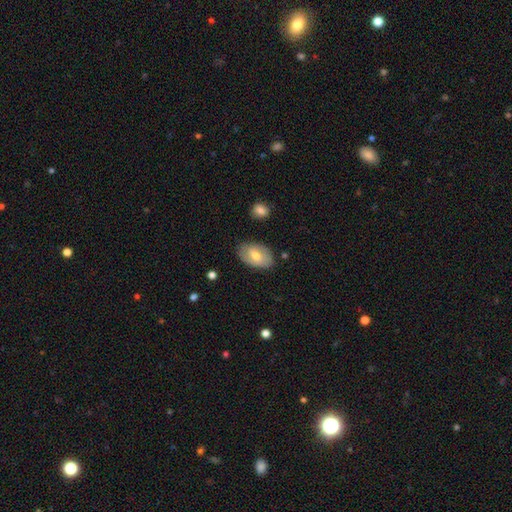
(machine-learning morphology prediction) smooth 57%, featured or disk 37%, star or artifact 6%. Down the decision tree: how rounded — in between (90%); merging — none (78%).